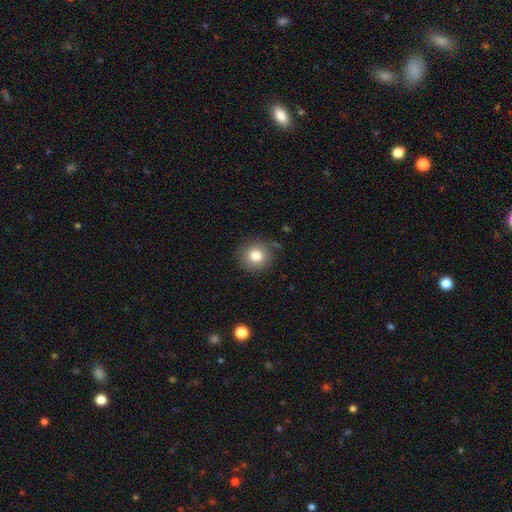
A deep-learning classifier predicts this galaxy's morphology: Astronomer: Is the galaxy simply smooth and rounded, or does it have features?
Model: smooth — 81%.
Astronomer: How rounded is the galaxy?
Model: round — 90%.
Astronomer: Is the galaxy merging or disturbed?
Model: none — 84%.